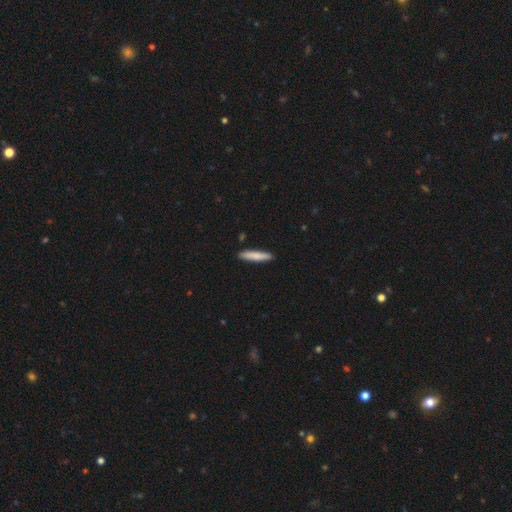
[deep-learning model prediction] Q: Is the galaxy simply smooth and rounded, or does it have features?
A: smooth — 81%.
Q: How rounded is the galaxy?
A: cigar-shaped — 90%.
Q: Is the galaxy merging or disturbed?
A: none — 91%.